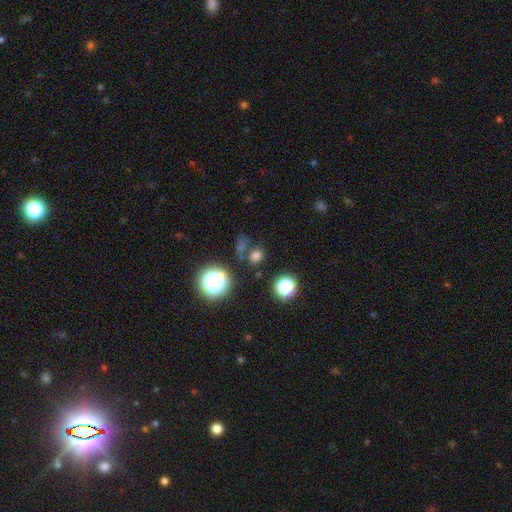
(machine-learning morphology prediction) Q: Smooth or featured?
A: smooth (66%); runner-up: star or artifact (28%)
Q: How rounded?
A: round (69%); runner-up: in between (30%)
Q: Merging?
A: none (68%); runner-up: merger (13%)